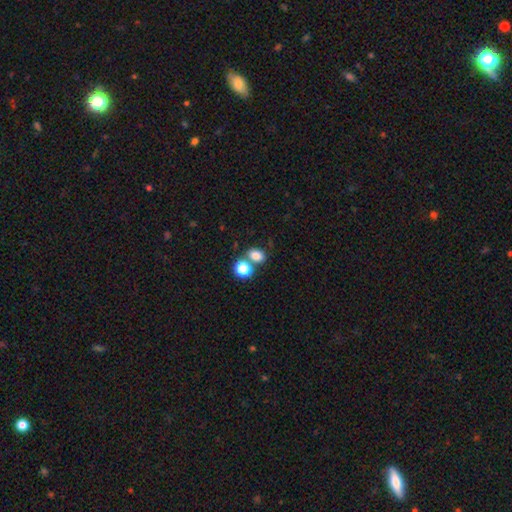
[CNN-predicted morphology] Smooth or featured? smooth (81%)
How rounded? in between (62%)
Merging? none (57%)